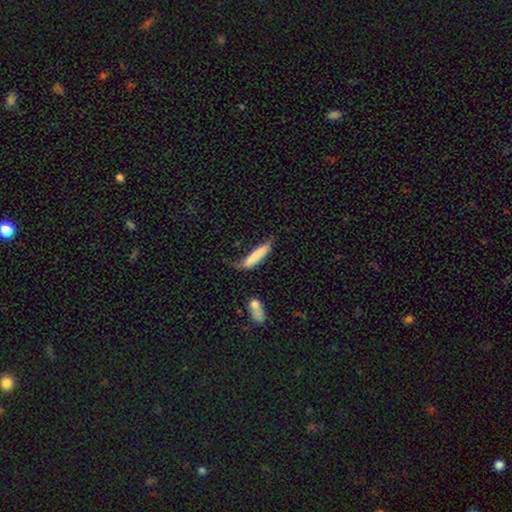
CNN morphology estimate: Smooth or featured: smooth — 77% (featured or disk — 17%)
How rounded: cigar-shaped — 84% (in between — 14%)
Merging: none — 43% (minor disturbance — 32%)